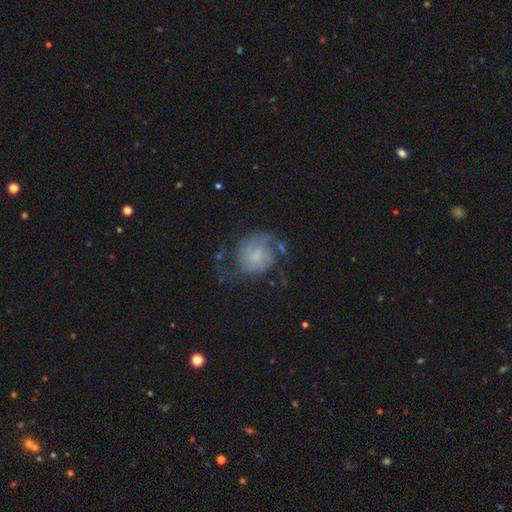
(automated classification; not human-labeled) smooth_or_featured: featured or disk (p=0.73) [alt: smooth p=0.20]
disk_edge_on: no (p=0.98) [alt: yes p=0.02]
bar: no (p=0.61) [alt: weak p=0.34]
has_spiral_arms: yes (p=0.92) [alt: no p=0.08]
spiral_winding: medium (p=0.44) [alt: tight p=0.28]
spiral_arm_count: 2 (p=0.72) [alt: can't tell p=0.12]
bulge_size: small (p=0.50) [alt: moderate p=0.23]
merging: none (p=0.55) [alt: major disturbance p=0.21]